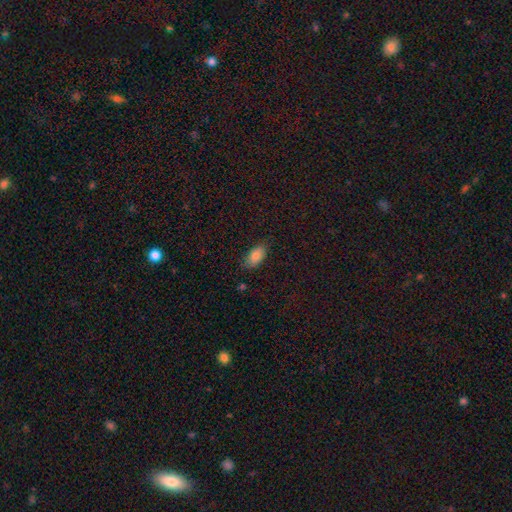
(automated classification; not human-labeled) smooth-or-featured: smooth: 84% | star or artifact: 8% | featured or disk: 8%
  how-rounded: in between: 90% | cigar-shaped: 6% | round: 4%
  merging: none: 79% | minor disturbance: 16% | major disturbance: 3% | merger: 1%